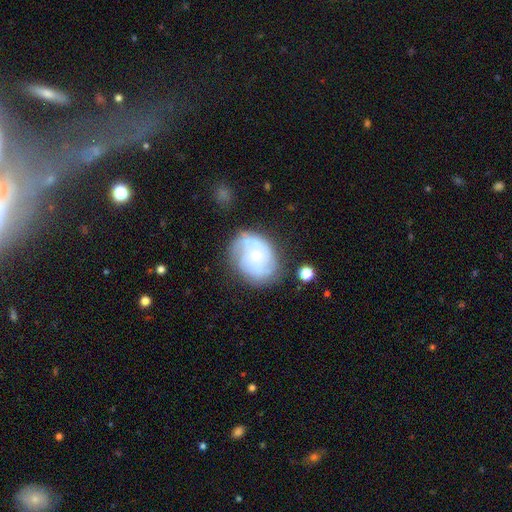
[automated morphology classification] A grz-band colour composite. It shows a featured or disk galaxy (67%) with no bar (77%), tight (54%) spiral arms (86%) and a small central bulge (71%). Merging: none (63%).